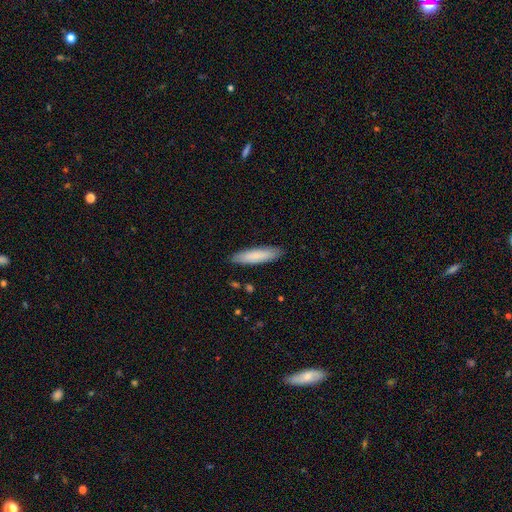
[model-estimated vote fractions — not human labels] Q: Smooth or featured?
A: smooth (83%); runner-up: featured or disk (11%)
Q: How rounded?
A: cigar-shaped (75%); runner-up: in between (24%)
Q: Merging?
A: none (89%); runner-up: minor disturbance (8%)